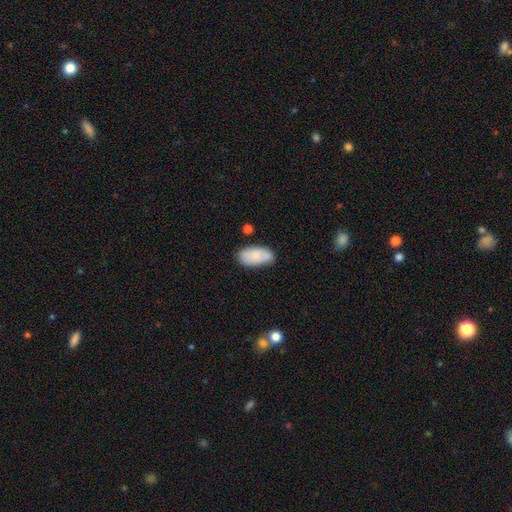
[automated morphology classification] smooth 81%, featured or disk 12%, star or artifact 7%. Down the decision tree: how rounded — in between (93%); merging — none (65%).